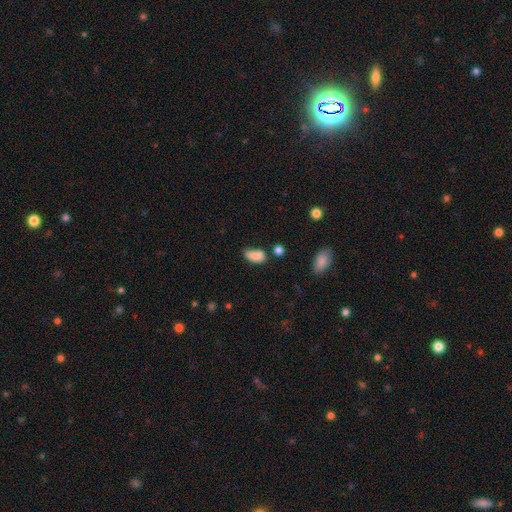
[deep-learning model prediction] This is likely a smooth galaxy (80%). How rounded: clearly in between (85%). Merging: marginally none (43%).